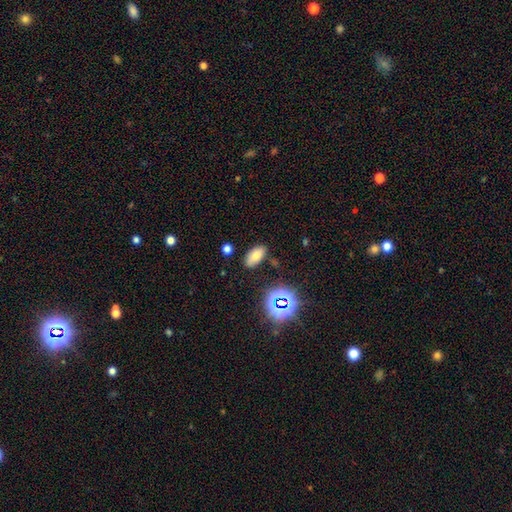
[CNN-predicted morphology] type=smooth (69%); roundness=in between (91%); merging=none (82%).